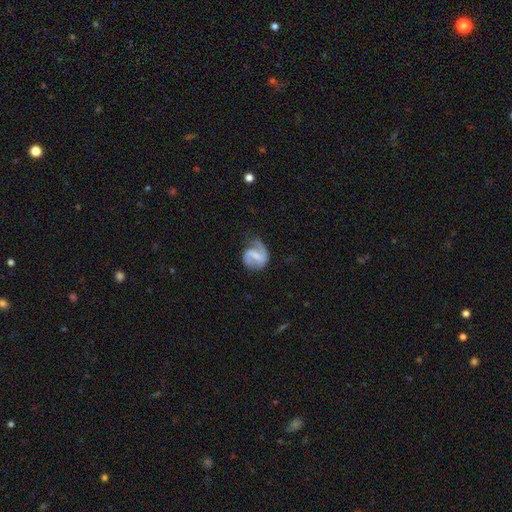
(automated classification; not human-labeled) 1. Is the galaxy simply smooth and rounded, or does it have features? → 74% featured or disk, 20% smooth, 6% star or artifact.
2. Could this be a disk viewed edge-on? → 98% no, 2% yes.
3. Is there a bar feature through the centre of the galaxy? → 45% strong, 41% weak, 14% no.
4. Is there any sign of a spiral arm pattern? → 88% yes, 12% no.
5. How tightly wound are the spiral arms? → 43% medium, 37% loose, 20% tight.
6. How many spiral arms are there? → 69% 2, 23% 1, 6% can't tell, 1% 3, 1% 4, 1% more than 4.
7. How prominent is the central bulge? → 40% small, 33% none, 22% moderate, 3% large, 1% dominant.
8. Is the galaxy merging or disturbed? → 53% none, 26% minor disturbance, 19% major disturbance, 2% merger.